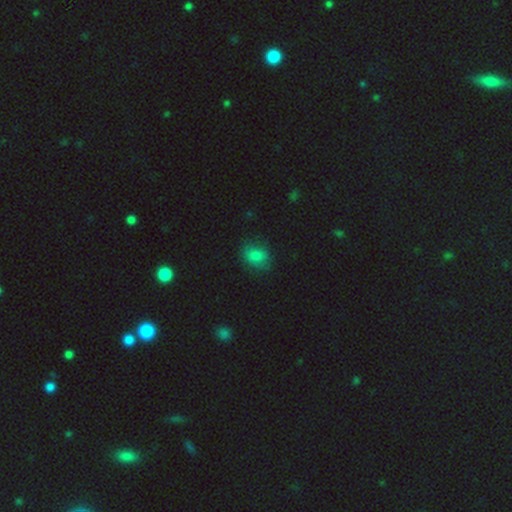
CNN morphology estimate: A smooth galaxy with no disk features (78%) that is in between round and cigar-shaped (58%). Merging: none (74%).